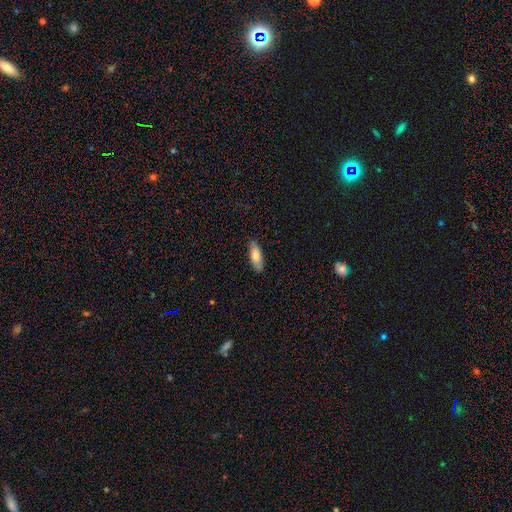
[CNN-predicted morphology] Smooth or featured: smooth — 74% (featured or disk — 21%)
How rounded: in between — 74% (cigar-shaped — 24%)
Merging: none — 82% (minor disturbance — 14%)